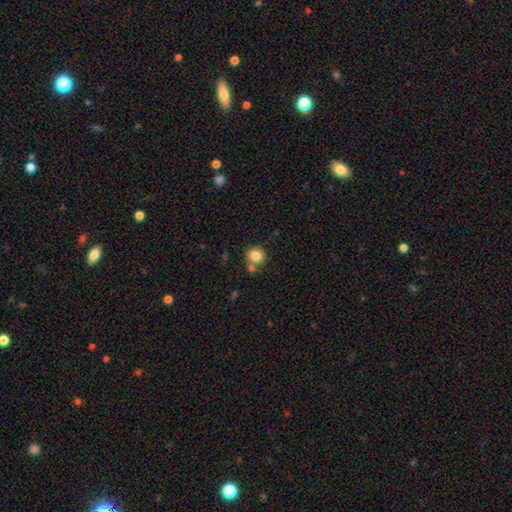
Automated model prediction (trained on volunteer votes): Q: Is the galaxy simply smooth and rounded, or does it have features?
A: smooth — 83%.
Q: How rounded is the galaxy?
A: round — 90%.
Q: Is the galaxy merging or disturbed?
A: none — 70%.